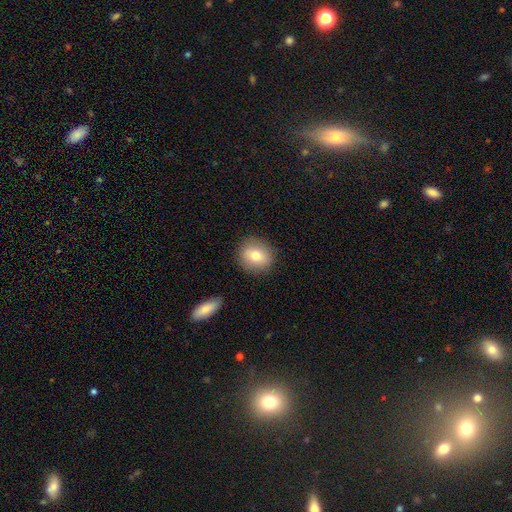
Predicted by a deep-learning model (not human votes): This appears to be a smooth galaxy with no disk features (78%) that is round (81%). Merging: none (88%).